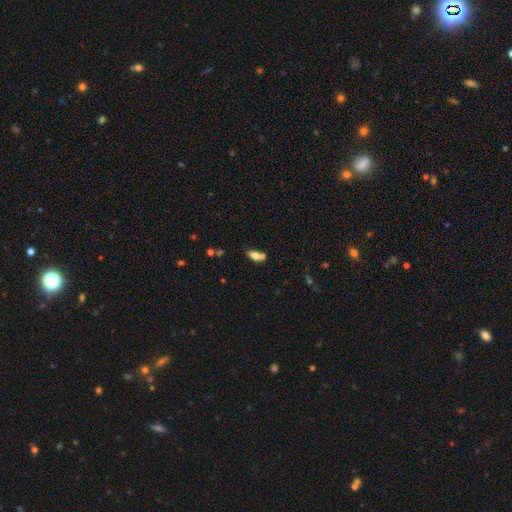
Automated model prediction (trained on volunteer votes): The model was most divided on "merging": none: 52%, merger: 31%, minor disturbance: 13%, major disturbance: 5%. More confident: how rounded — in between (84%); smooth or featured — smooth (68%).